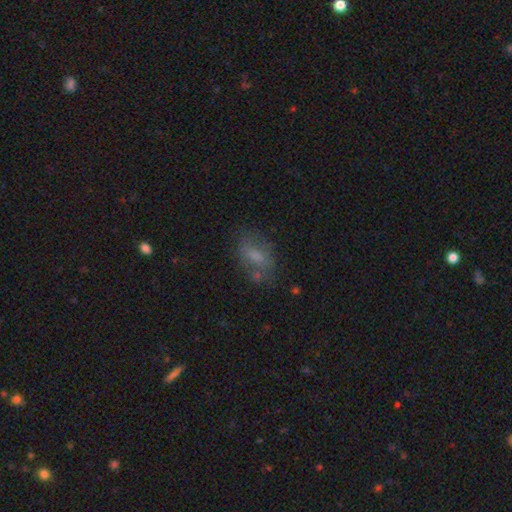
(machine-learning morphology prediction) Q: Smooth or featured?
A: smooth (63%); runner-up: featured or disk (25%)
Q: How rounded?
A: in between (84%); runner-up: round (12%)
Q: Merging?
A: none (60%); runner-up: minor disturbance (21%)